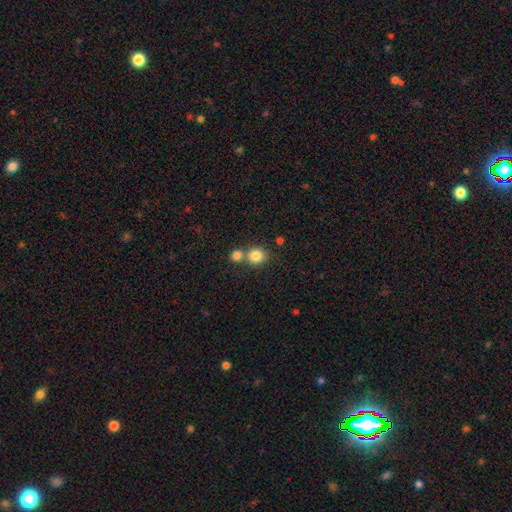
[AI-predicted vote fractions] A smooth galaxy with no disk features (83%) that is round (86%). Merging: none (54%).